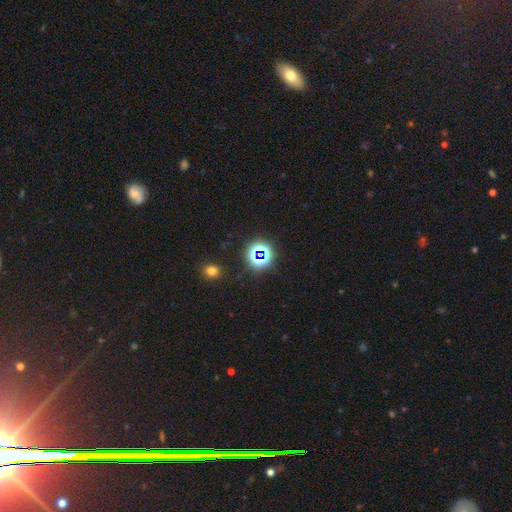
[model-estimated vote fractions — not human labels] A star or artifact, not a galaxy (71%).

Vote fractions:
- Smooth or featured? star or artifact: 71% / smooth: 21% / featured or disk: 9%